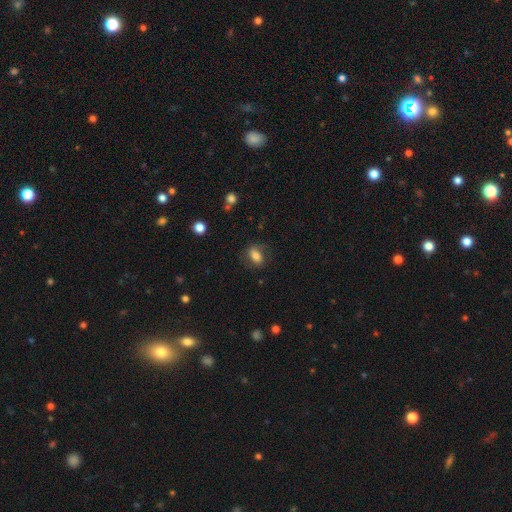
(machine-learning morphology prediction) smooth-or-featured: smooth: 70% | featured or disk: 21% | star or artifact: 9%
  how-rounded: in between: 78% | round: 19% | cigar-shaped: 3%
  merging: none: 72% | minor disturbance: 17% | major disturbance: 9% | merger: 1%